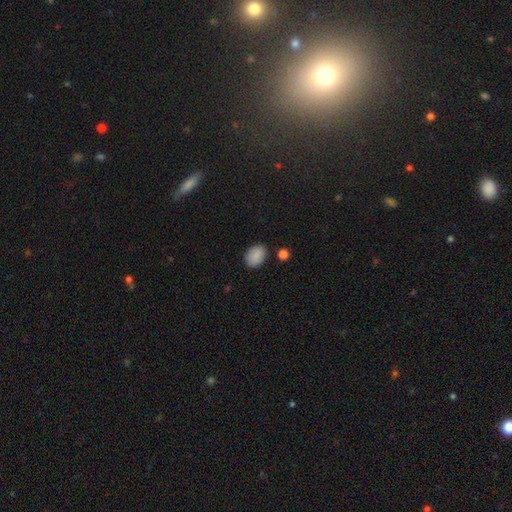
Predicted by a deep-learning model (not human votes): Smooth or featured? Predicted: smooth (p=0.88). How rounded? Predicted: in between (p=0.76). Merging? Predicted: none (p=0.83).